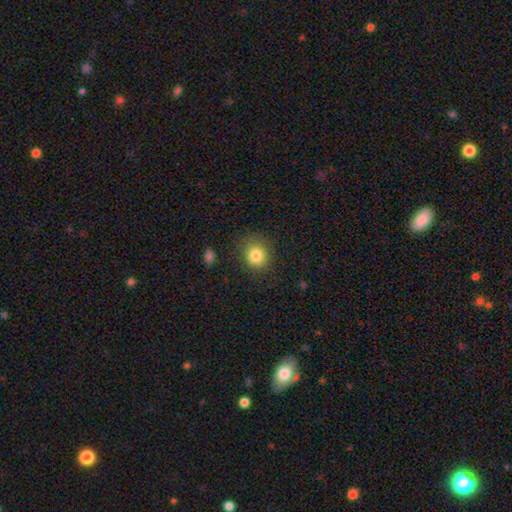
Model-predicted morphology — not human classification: A smooth galaxy with no disk features (82%) that is round (69%). Merging: none (80%).